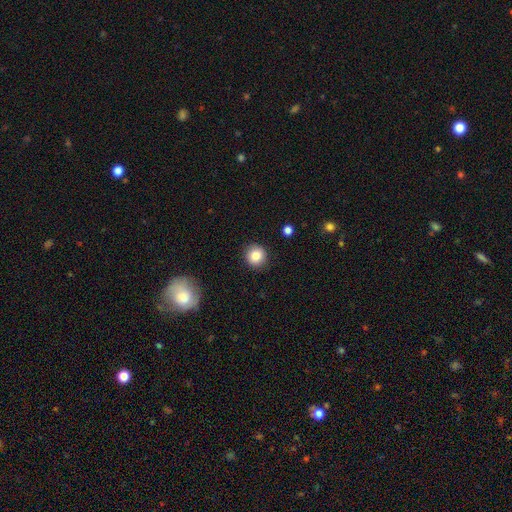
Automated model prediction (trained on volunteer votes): Smooth or featured?
  - smooth: 83% *
  - star or artifact: 10%
  - featured or disk: 6%
How rounded?
  - round: 92% *
  - in between: 7%
  - cigar-shaped: 1%
Merging?
  - none: 90% *
  - minor disturbance: 7%
  - major disturbance: 2%
  - merger: 1%